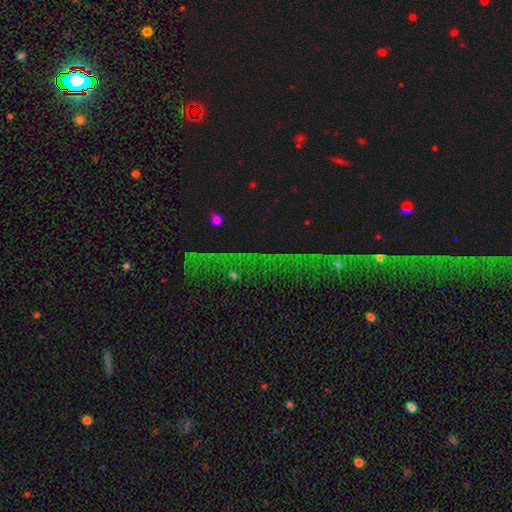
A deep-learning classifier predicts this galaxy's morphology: star or artifact 83%, featured or disk 9%, smooth 8%.